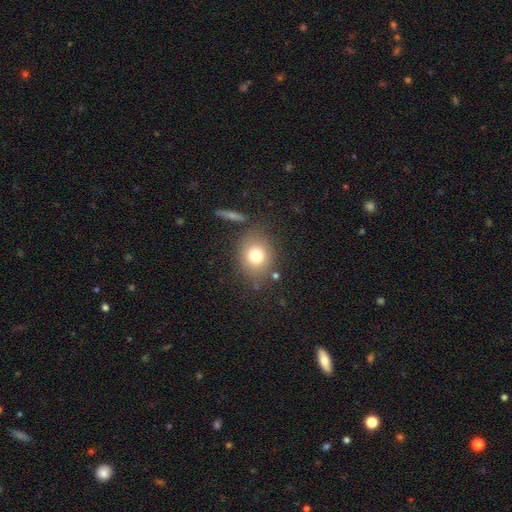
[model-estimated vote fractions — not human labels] Smooth or featured? smooth (75%)
How rounded? round (70%)
Merging? none (79%)